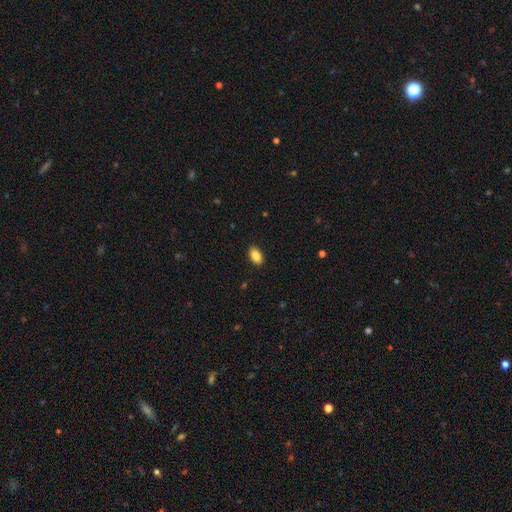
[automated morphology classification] Smooth or featured? smooth (88%)
How rounded? in between (93%)
Merging? none (89%)